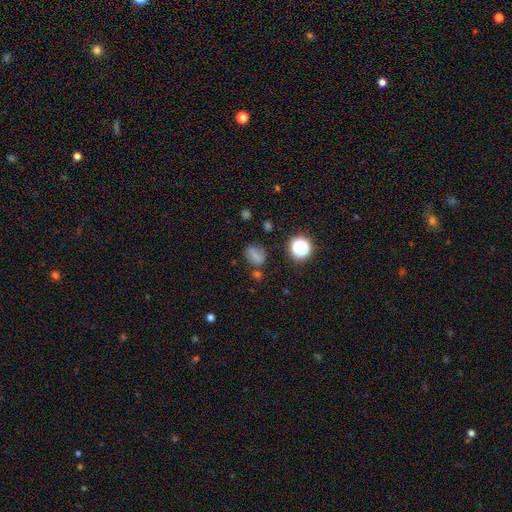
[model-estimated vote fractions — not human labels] A smooth galaxy with no disk features (62%) that is in between round and cigar-shaped (50%). Merging: none (65%).